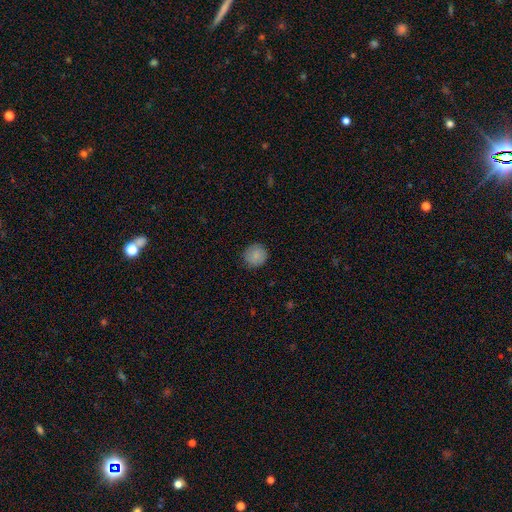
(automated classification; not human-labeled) Smooth or featured? Predicted: smooth (p=0.85). How rounded? Predicted: round (p=0.93). Merging? Predicted: none (p=0.87).